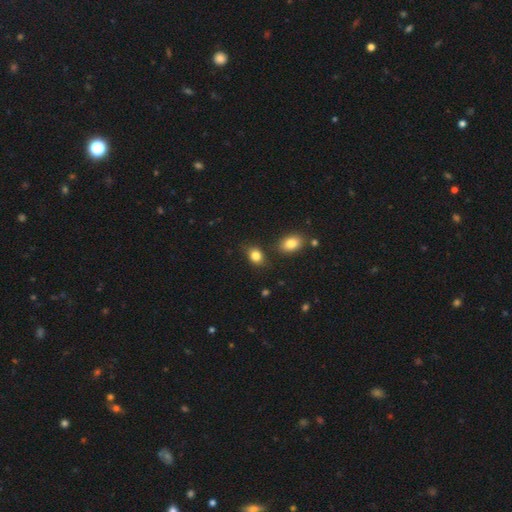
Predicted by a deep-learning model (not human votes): The model was most divided on "how rounded": in between: 69%, round: 30%, cigar-shaped: 1%. More confident: smooth or featured — smooth (84%); merging — none (76%).